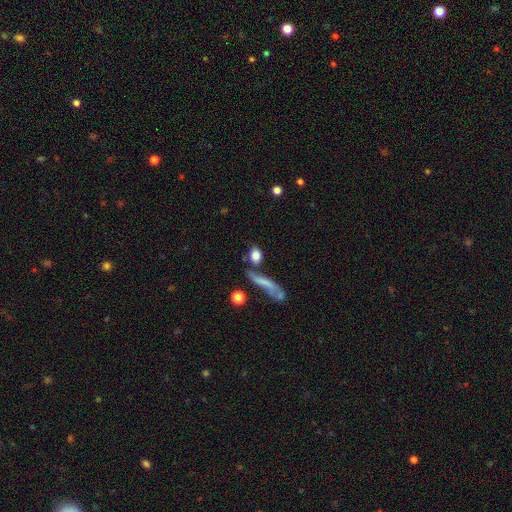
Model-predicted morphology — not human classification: The model was most divided on "how rounded": in between: 48%, round: 36%, cigar-shaped: 16%. More confident: smooth or featured — smooth (79%); merging — none (52%).